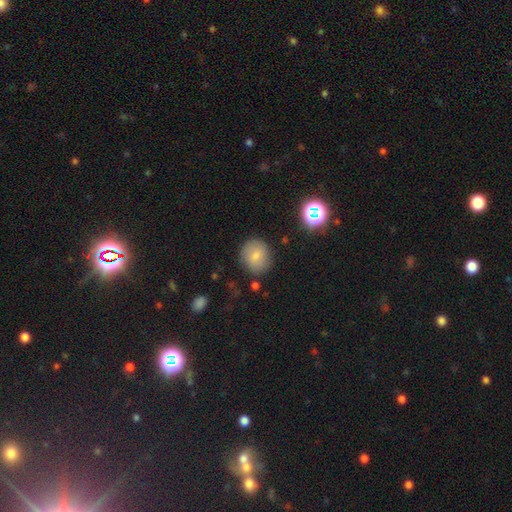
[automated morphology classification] A smooth galaxy with no disk features (78%) that is round (78%). Merging: none (82%).